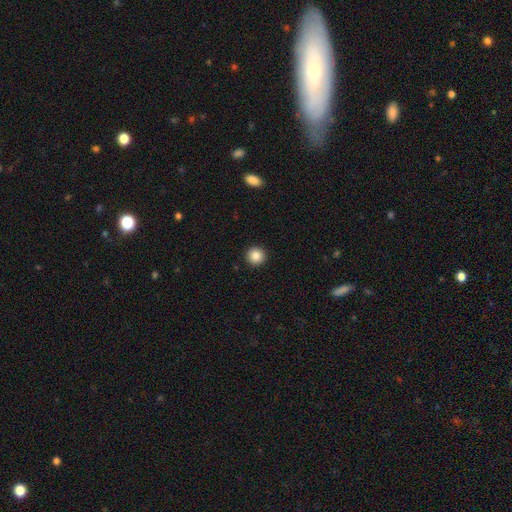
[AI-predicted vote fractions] This is clearly a smooth galaxy (86%). How rounded: clearly round (95%). Merging: clearly none (93%).